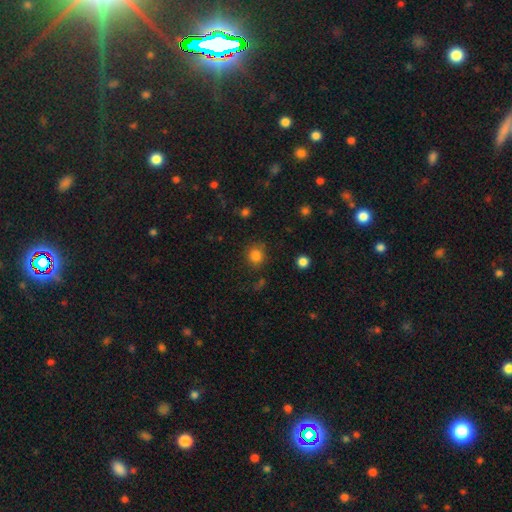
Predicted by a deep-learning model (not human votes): smooth 82%, star or artifact 13%, featured or disk 5%. Down the decision tree: how rounded — round (89%); merging — none (82%).